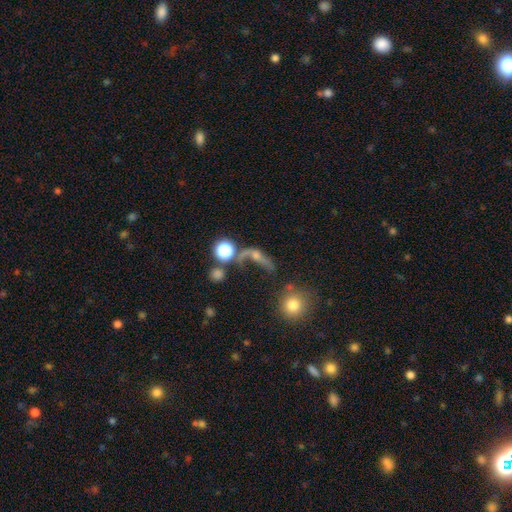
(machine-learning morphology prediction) This appears to be a featured or disk galaxy (48%). Merging: none (34%).